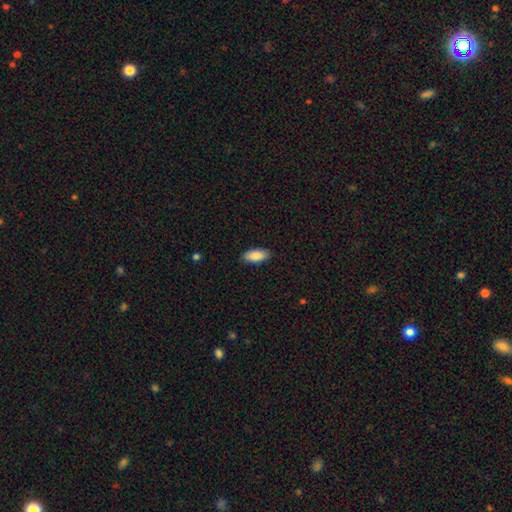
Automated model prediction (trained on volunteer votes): Smooth or featured? smooth (89%)
How rounded? in between (88%)
Merging? none (89%)